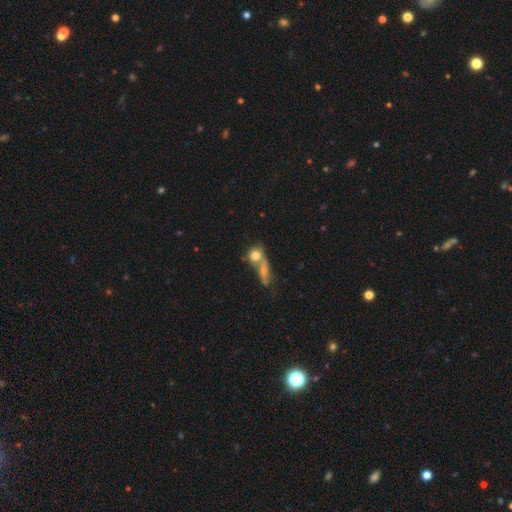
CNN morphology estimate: This appears to be a smooth galaxy with no disk features (73%) that is round (69%). Merging: merger (53%).